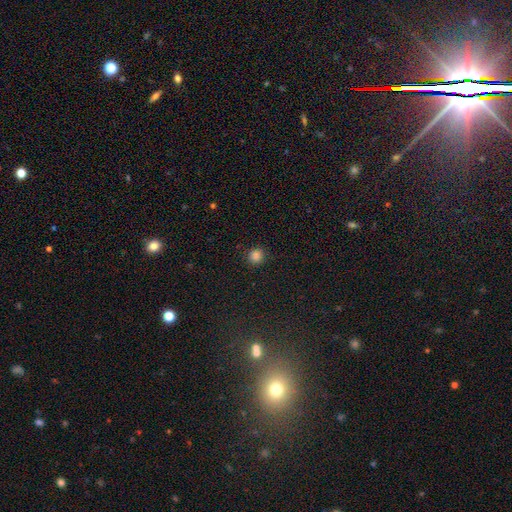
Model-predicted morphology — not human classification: The model was most divided on "smooth or featured": smooth: 84%, star or artifact: 13%, featured or disk: 4%. More confident: how rounded — round (92%); merging — none (91%).